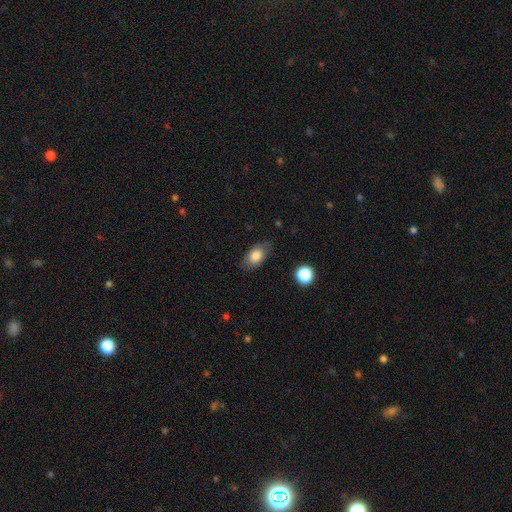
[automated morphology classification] This appears to be a smooth galaxy with no disk features (78%) that is in between round and cigar-shaped (86%). Merging: none (75%).